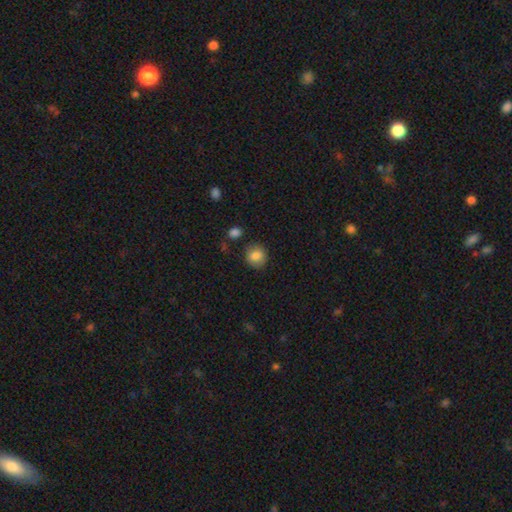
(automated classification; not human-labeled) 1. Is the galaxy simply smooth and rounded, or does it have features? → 85% smooth, 9% star or artifact, 6% featured or disk.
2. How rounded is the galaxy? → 82% round, 17% in between, 1% cigar-shaped.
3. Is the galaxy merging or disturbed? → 84% none, 10% minor disturbance, 3% major disturbance, 3% merger.